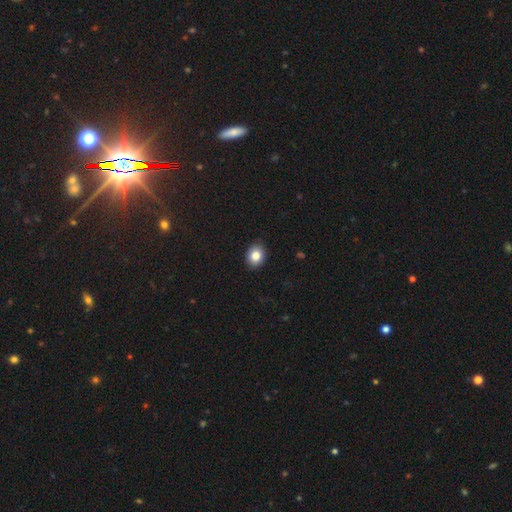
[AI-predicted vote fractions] Overall: smooth (83%). How rounded: in between (56%; round 43%). Merging: none (89%).